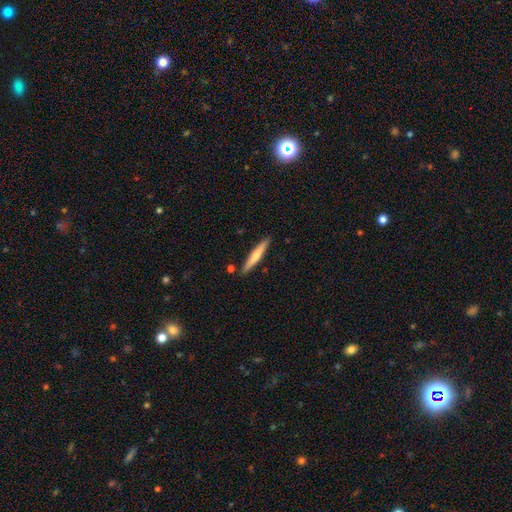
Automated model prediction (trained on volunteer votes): Smooth or featured?
  - smooth: 59% *
  - featured or disk: 36%
  - star or artifact: 5%
How rounded?
  - cigar-shaped: 94% *
  - in between: 5%
  - round: 1%
Merging?
  - none: 86% *
  - minor disturbance: 9%
  - merger: 3%
  - major disturbance: 2%